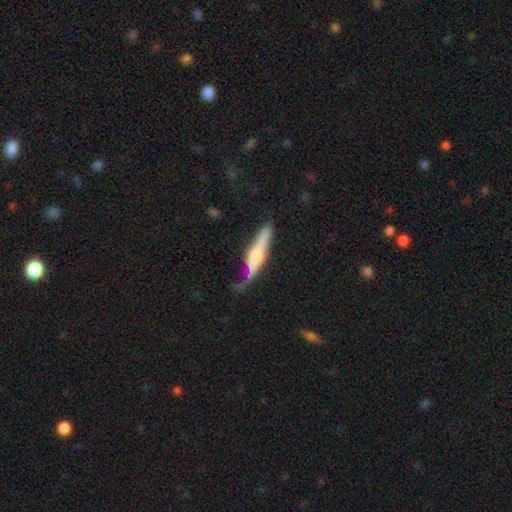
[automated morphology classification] This appears to be a featured or disk galaxy (58%) viewed edge-on (89%) with a rounded central bulge (64%). Merging: none (49%).